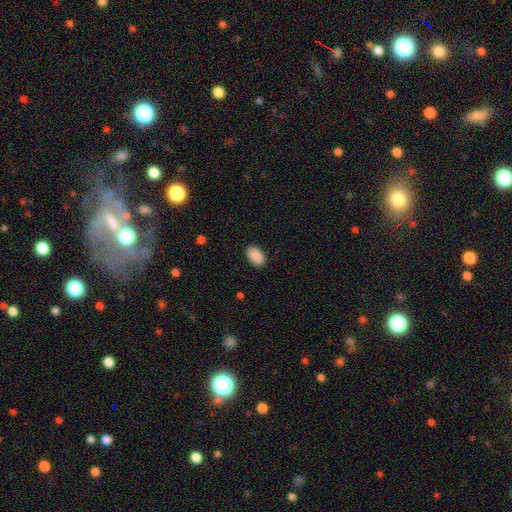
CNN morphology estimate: Overall: smooth (90%). How rounded: in between (92%). Merging: none (88%).